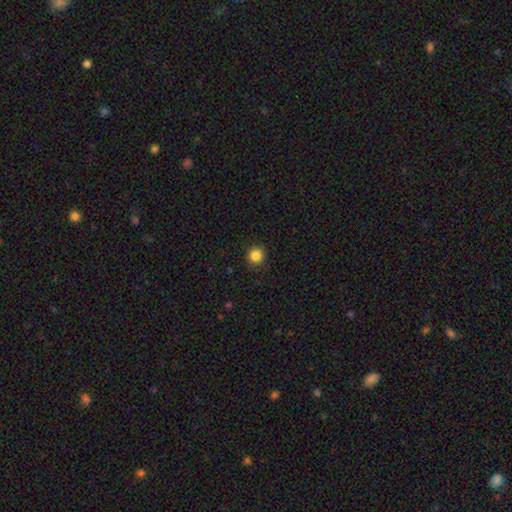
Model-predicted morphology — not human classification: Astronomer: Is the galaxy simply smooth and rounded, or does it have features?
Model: smooth — 85%.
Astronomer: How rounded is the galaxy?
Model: round — 95%.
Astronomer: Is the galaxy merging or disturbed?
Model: none — 93%.